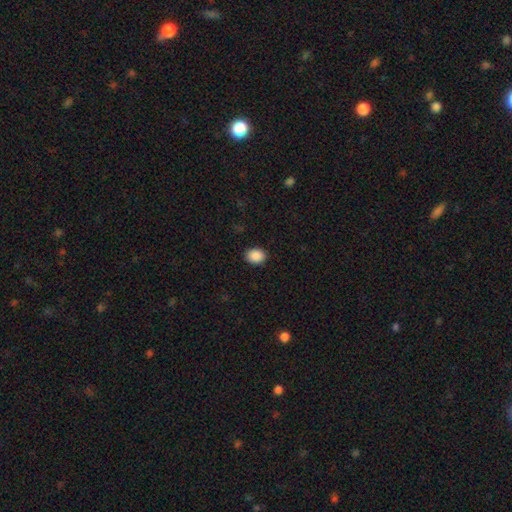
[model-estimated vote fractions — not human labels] smooth-or-featured: smooth: 89% | star or artifact: 8% | featured or disk: 2%
  how-rounded: round: 51% | in between: 48% | cigar-shaped: 1%
  merging: none: 90% | minor disturbance: 7% | major disturbance: 2% | merger: 1%